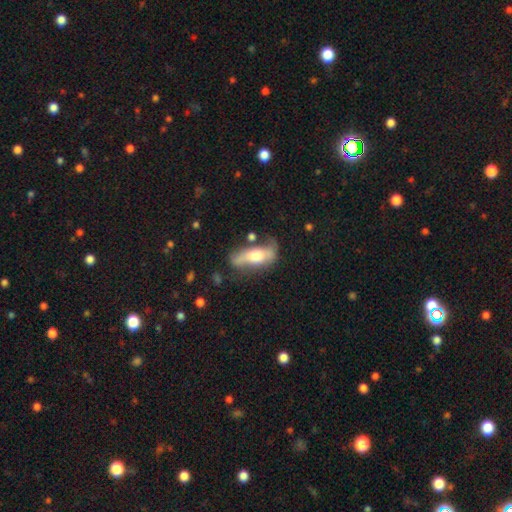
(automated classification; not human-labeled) smooth-or-featured: featured or disk: 53% | smooth: 41% | star or artifact: 6%
  disk-edge-on: no: 64% | yes: 36%
  merging: none: 49% | minor disturbance: 27% | major disturbance: 16% | merger: 7%